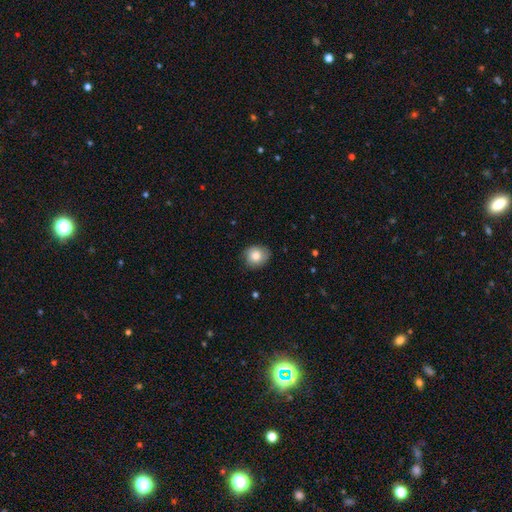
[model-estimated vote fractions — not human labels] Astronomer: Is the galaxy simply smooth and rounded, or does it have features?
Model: smooth — 81%.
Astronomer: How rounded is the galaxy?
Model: round — 71%.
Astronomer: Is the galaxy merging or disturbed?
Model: none — 77%.